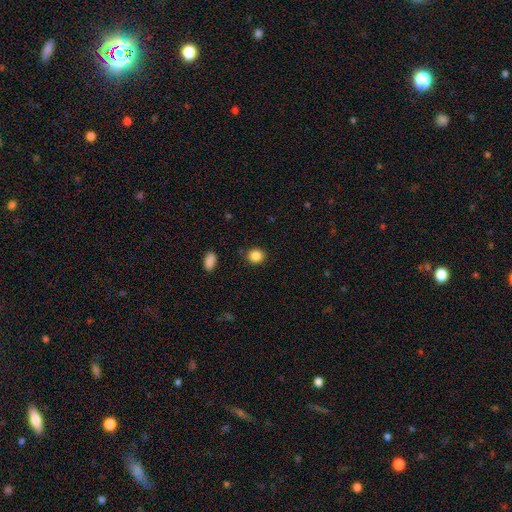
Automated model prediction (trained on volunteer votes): A smooth galaxy with no disk features (86%) that is round (85%). Merging: none (88%).